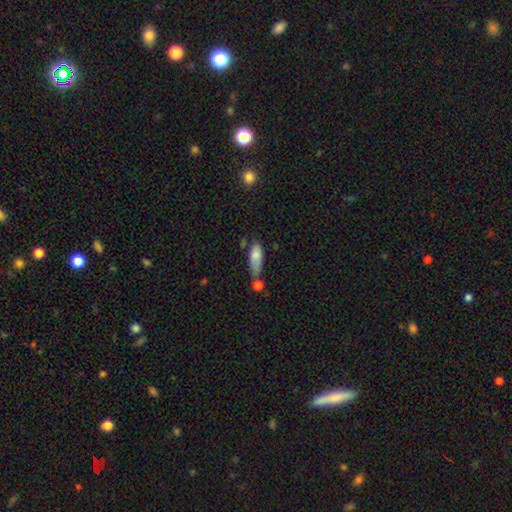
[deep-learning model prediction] The model was most divided on "merging": none: 39%, minor disturbance: 29%, merger: 21%, major disturbance: 12%. More confident: smooth or featured — smooth (80%); how rounded — in between (67%).